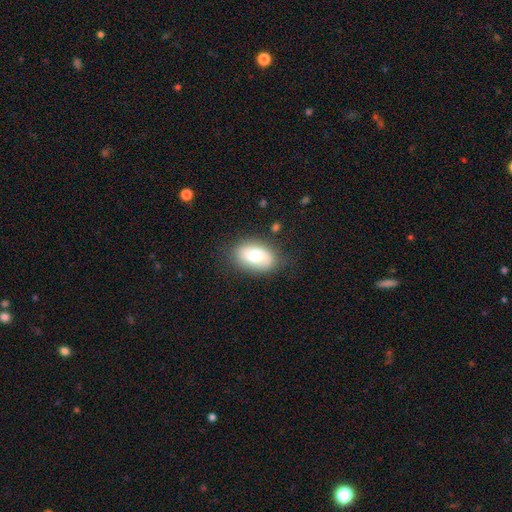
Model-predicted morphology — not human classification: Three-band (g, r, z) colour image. It shows a smooth galaxy with no disk features (62%) that is in between round and cigar-shaped (89%). Merging: none (77%).